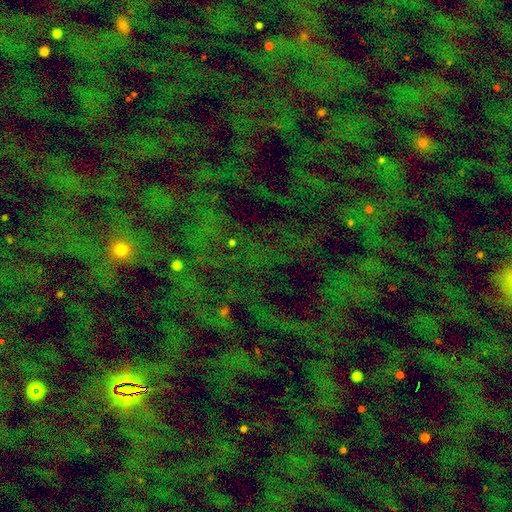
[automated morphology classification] Smooth or featured? star or artifact (69%)